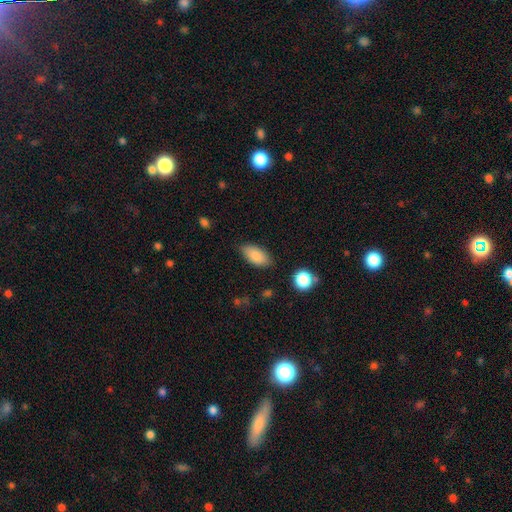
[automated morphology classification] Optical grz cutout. It shows a smooth galaxy with no disk features (85%) that is in between round and cigar-shaped (92%). Merging: none (82%).